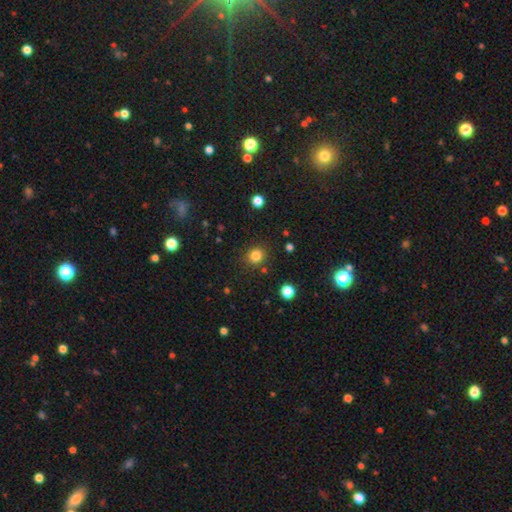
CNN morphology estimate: Smooth or featured? smooth (82%)
How rounded? round (84%)
Merging? none (86%)